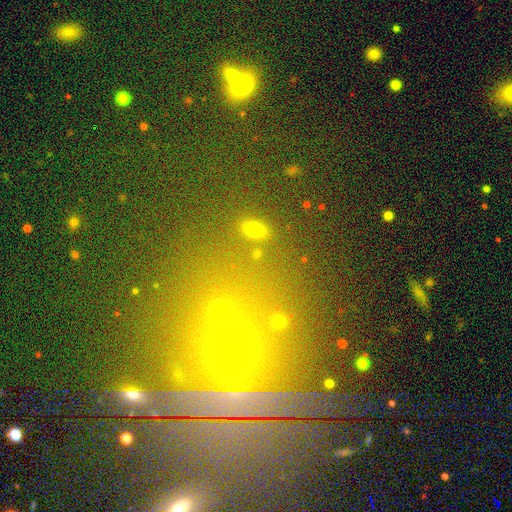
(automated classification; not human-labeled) Q: Smooth or featured?
A: smooth (46%); runner-up: star or artifact (43%)
Q: Merging?
A: none (78%); runner-up: minor disturbance (10%)